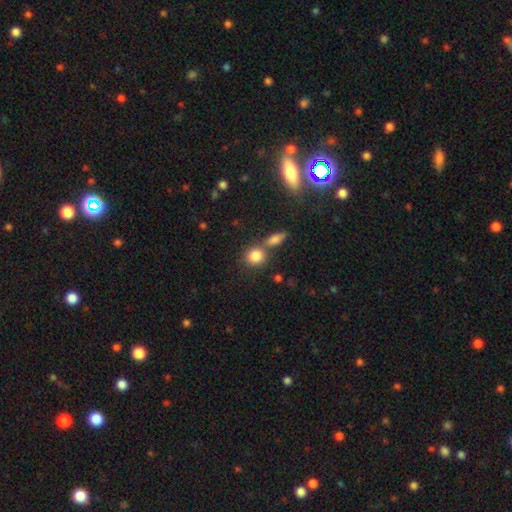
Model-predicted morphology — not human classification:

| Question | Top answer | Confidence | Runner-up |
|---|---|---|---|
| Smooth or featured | smooth | 83% | star or artifact (10%) |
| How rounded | round | 78% | in between (20%) |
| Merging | none | 57% | merger (29%) |